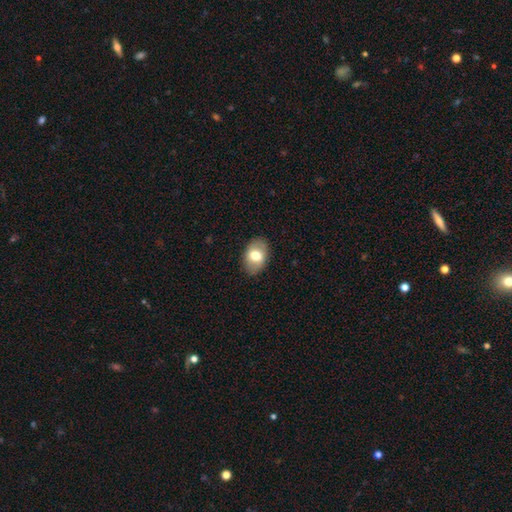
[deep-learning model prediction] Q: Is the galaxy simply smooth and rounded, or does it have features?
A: smooth — 71%.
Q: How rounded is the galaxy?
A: in between — 85%.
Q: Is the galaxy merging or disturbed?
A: none — 87%.